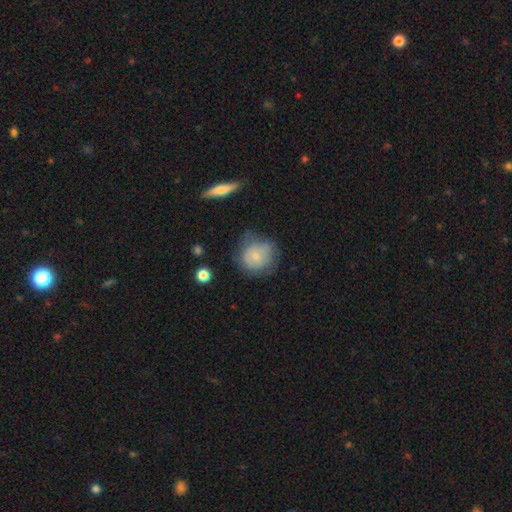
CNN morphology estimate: Smooth or featured: smooth — 63% (featured or disk — 29%)
How rounded: round — 82% (in between — 17%)
Merging: none — 52% (minor disturbance — 29%)